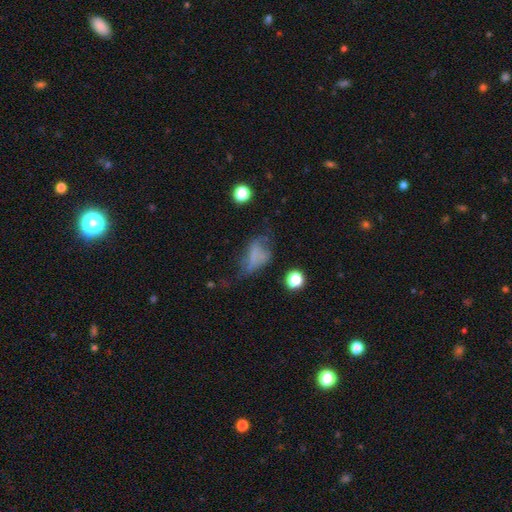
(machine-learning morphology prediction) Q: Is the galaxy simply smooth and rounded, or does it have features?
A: smooth — 53%.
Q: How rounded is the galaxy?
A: in between — 78%.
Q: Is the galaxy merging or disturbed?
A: major disturbance — 38%.